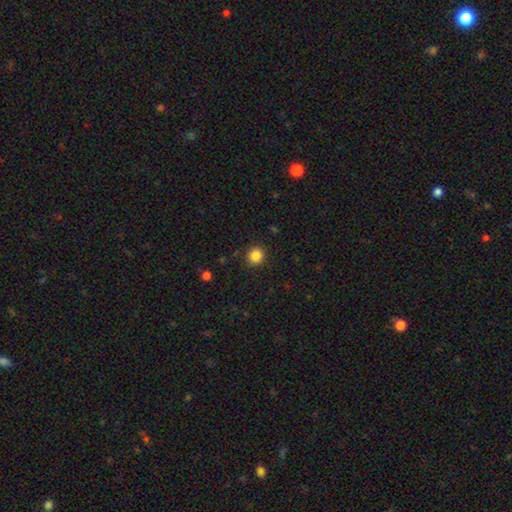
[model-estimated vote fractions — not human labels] smooth 85%, star or artifact 11%, featured or disk 4%. Down the decision tree: how rounded — round (88%); merging — none (90%).